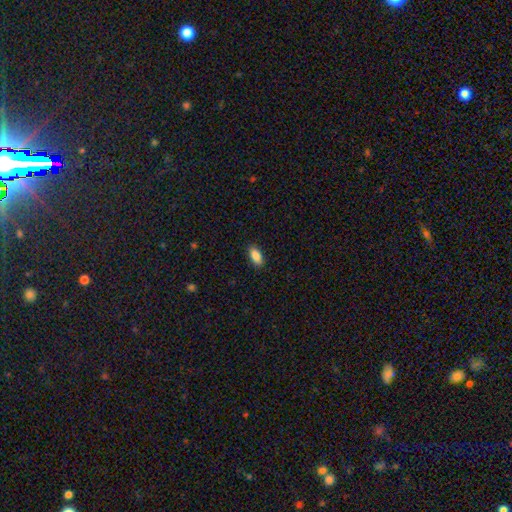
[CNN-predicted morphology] Smooth or featured?
  - smooth: 88% *
  - star or artifact: 7%
  - featured or disk: 5%
How rounded?
  - in between: 90% *
  - cigar-shaped: 7%
  - round: 3%
Merging?
  - none: 89% *
  - minor disturbance: 8%
  - major disturbance: 2%
  - merger: 1%